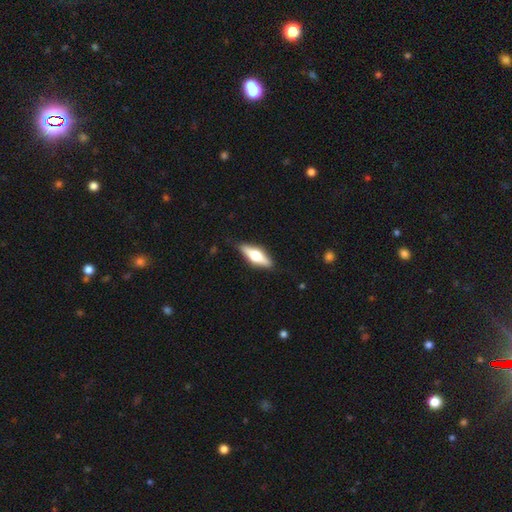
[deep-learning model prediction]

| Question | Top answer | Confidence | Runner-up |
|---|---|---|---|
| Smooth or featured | featured or disk | 55% | smooth (40%) |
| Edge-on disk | yes | 93% | no (7%) |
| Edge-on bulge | rounded | 94% | boxy (4%) |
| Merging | none | 87% | minor disturbance (10%) |